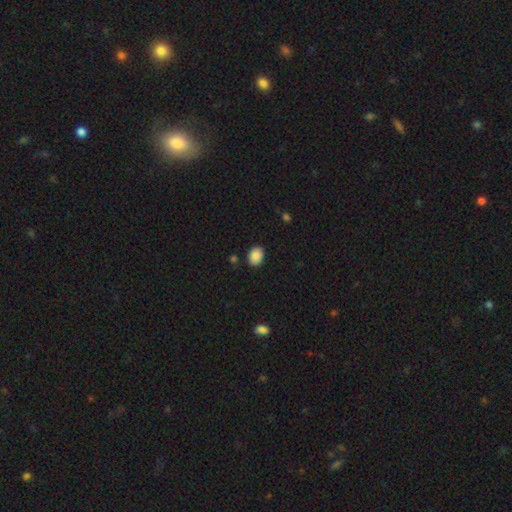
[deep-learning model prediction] smooth-or-featured: smooth: 86% | star or artifact: 8% | featured or disk: 6%
  how-rounded: in between: 66% | round: 33% | cigar-shaped: 1%
  merging: none: 87% | minor disturbance: 9% | major disturbance: 2% | merger: 2%